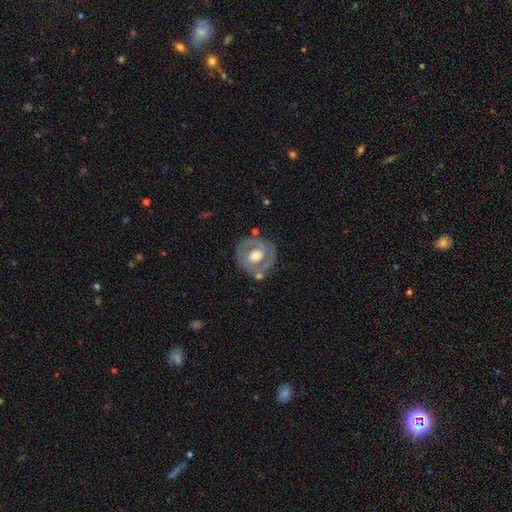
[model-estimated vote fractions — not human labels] featured or disk 70%, smooth 25%, star or artifact 5%. Down the decision tree: edge-on disk — no (96%); bar — no (55%); spiral arms — yes (57%); bulge size — moderate (66%); merging — none (72%).